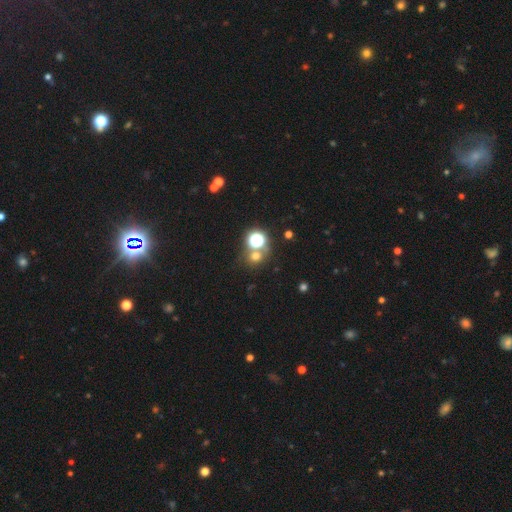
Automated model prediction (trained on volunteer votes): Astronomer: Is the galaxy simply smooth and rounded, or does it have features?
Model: smooth — 58% (runner-up: star or artifact, 34%).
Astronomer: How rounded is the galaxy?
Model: round — 84%.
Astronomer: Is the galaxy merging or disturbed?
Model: none — 67%.